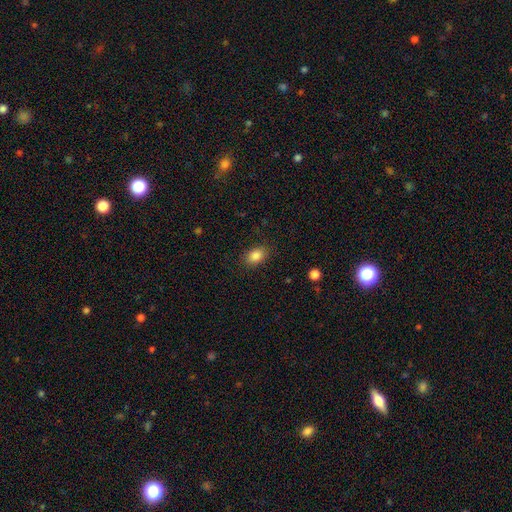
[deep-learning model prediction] Smooth or featured? smooth (86%)
How rounded? in between (80%)
Merging? none (86%)